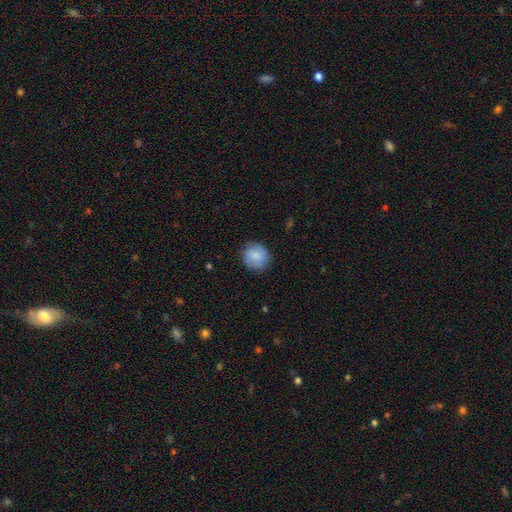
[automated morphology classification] type=smooth (84%); roundness=round (87%); merging=none (84%).